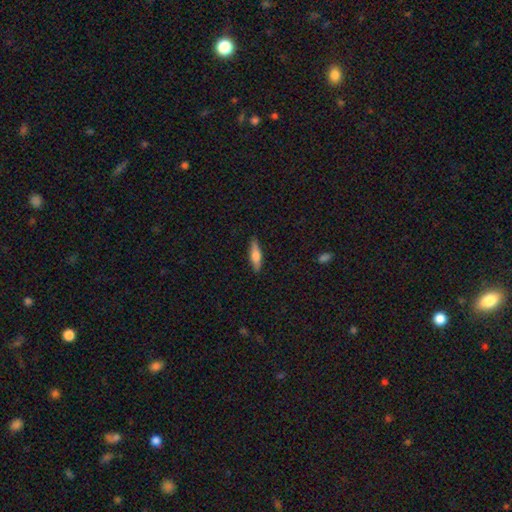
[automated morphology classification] This appears to be a smooth galaxy with no disk features (62%) that is cigar-shaped (66%). Merging: none (88%).